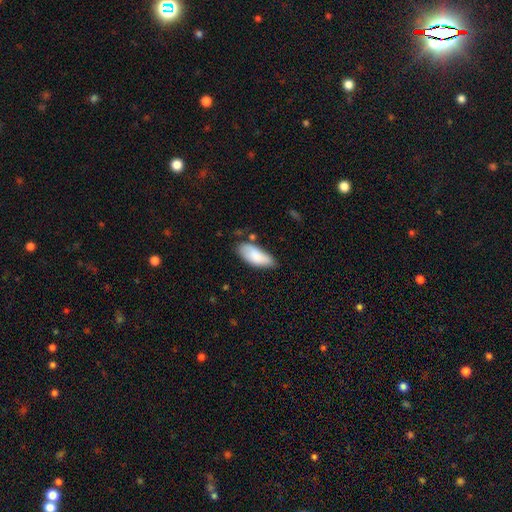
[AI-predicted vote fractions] Morphology: type=smooth (83%); roundness=in between (85%); merging=none (61%).